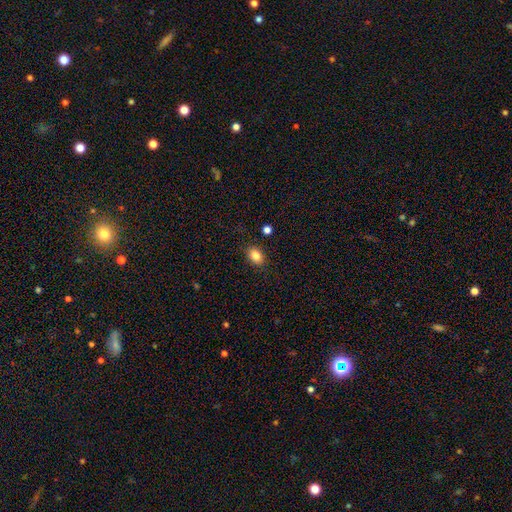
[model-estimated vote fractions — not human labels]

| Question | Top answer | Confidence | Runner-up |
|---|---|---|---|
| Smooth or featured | smooth | 84% | star or artifact (10%) |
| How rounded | in between | 69% | round (30%) |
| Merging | none | 86% | minor disturbance (10%) |